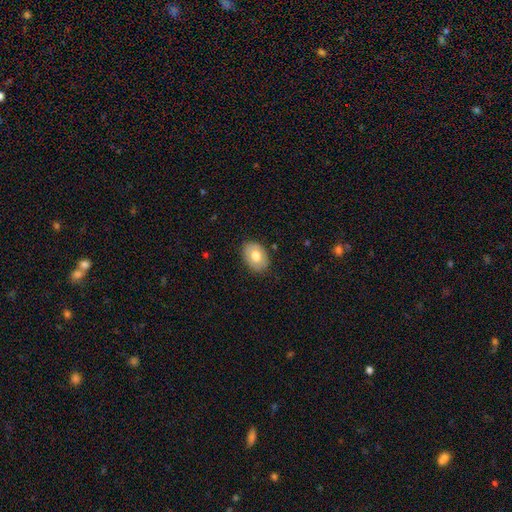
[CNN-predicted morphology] smooth-or-featured: smooth: 69% | featured or disk: 24% | star or artifact: 7%
  how-rounded: in between: 78% | round: 21% | cigar-shaped: 1%
  merging: none: 84% | minor disturbance: 12% | major disturbance: 3% | merger: 1%